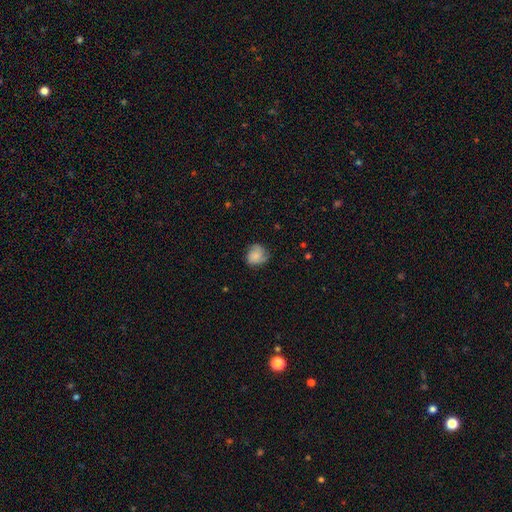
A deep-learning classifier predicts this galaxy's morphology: The model was most divided on "smooth or featured": smooth: 66%, featured or disk: 26%, star or artifact: 8%. More confident: how rounded — round (76%); merging — none (67%).